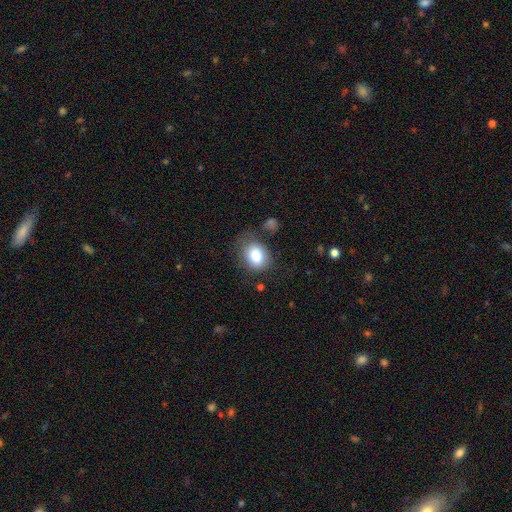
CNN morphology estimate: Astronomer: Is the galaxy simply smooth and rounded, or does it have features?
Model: smooth — 83%.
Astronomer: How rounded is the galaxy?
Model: in between — 55% (runner-up: round, 44%).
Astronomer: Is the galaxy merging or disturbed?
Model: none — 61%.